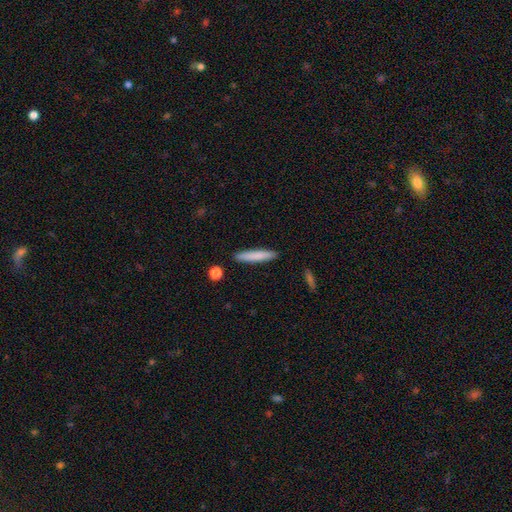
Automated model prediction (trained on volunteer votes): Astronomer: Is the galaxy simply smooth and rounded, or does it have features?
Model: smooth — 80%.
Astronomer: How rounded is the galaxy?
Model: cigar-shaped — 92%.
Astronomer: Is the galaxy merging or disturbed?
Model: none — 89%.